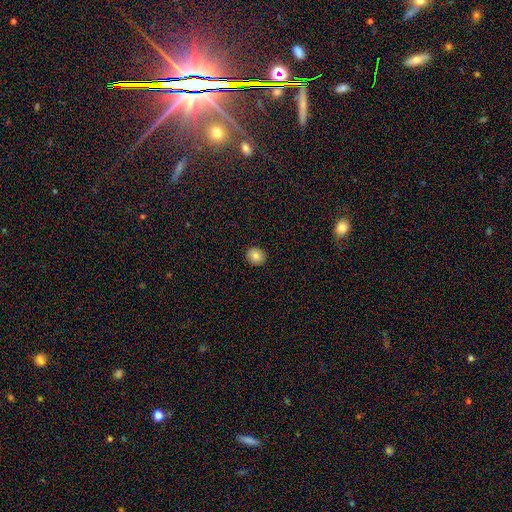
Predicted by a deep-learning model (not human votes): Overall: smooth (83%). How rounded: round (81%). Merging: none (92%).